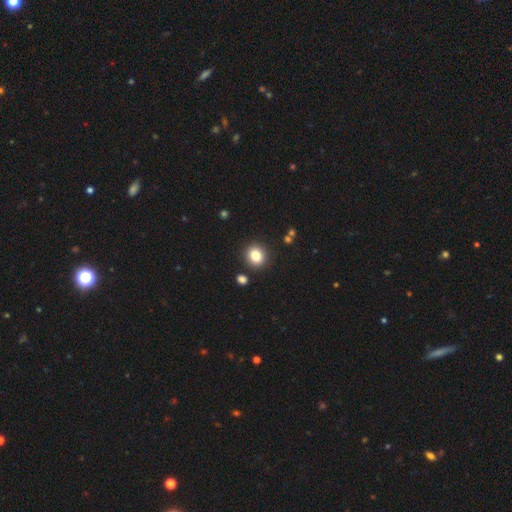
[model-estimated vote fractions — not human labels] Smooth or featured? smooth (82%)
How rounded? round (84%)
Merging? none (88%)